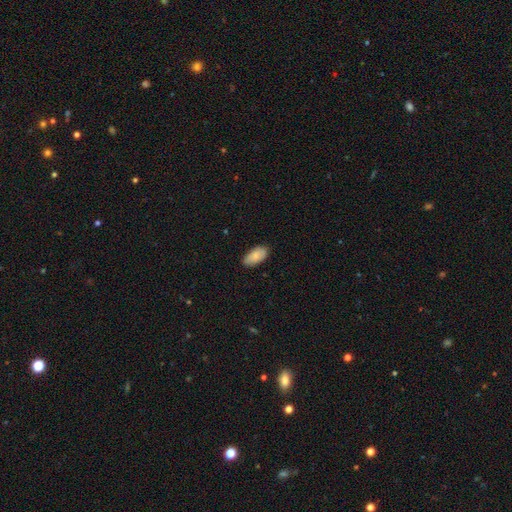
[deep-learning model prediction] Smooth or featured: smooth — 84% (featured or disk — 10%)
How rounded: in between — 94% (cigar-shaped — 4%)
Merging: none — 85% (minor disturbance — 12%)